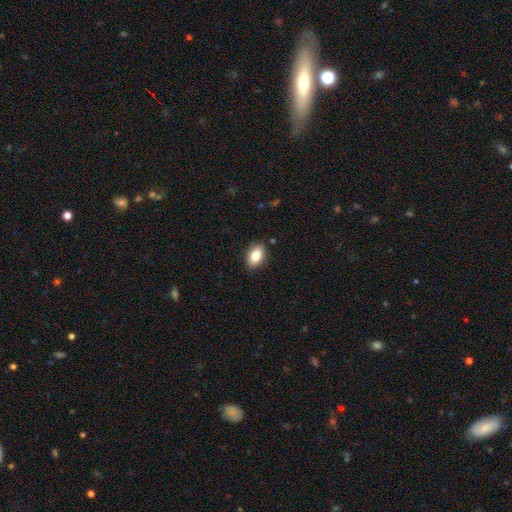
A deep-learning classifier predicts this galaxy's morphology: Smooth or featured: smooth — 82% (featured or disk — 10%)
How rounded: in between — 86% (round — 12%)
Merging: none — 86% (minor disturbance — 11%)